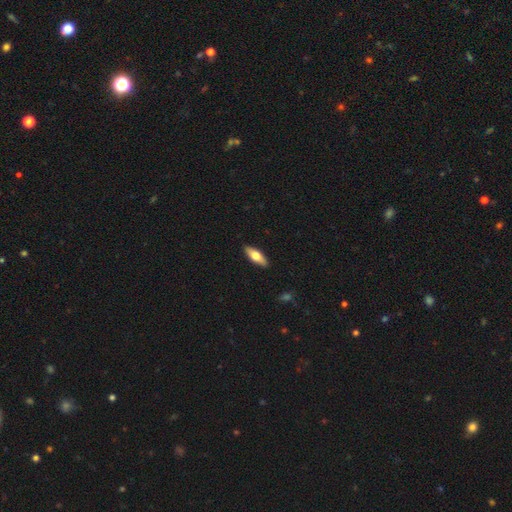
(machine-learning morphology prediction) Smooth or featured: smooth — 62% (featured or disk — 33%)
How rounded: in between — 62% (cigar-shaped — 36%)
Merging: none — 90% (minor disturbance — 7%)